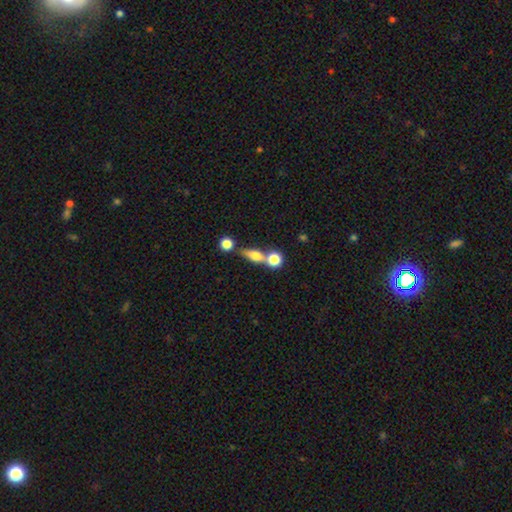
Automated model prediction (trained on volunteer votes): This is likely a smooth galaxy (67%). How rounded: marginally in between (44%). Merging: possibly none (49%).